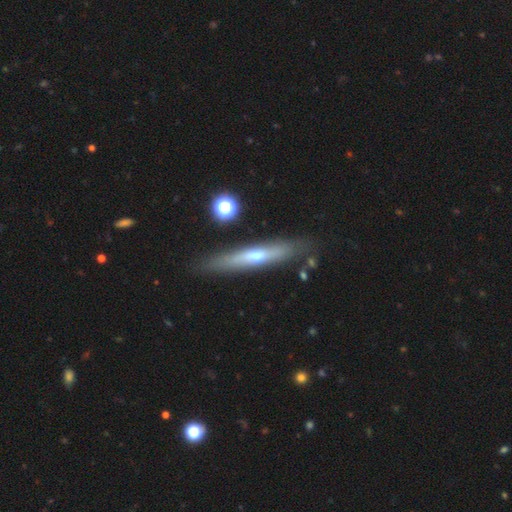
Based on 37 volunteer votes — Smooth or featured? 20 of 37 (54%) said smooth. How rounded? 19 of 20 (95%) said cigar-shaped. Merging? 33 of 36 (92%) said none.